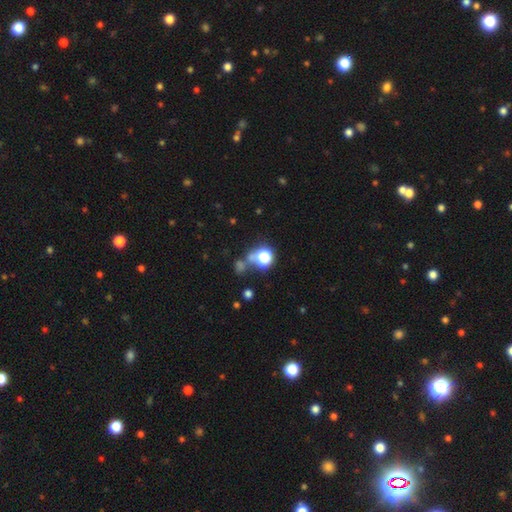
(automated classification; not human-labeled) This appears to be a star or artifact, not a galaxy (50%).